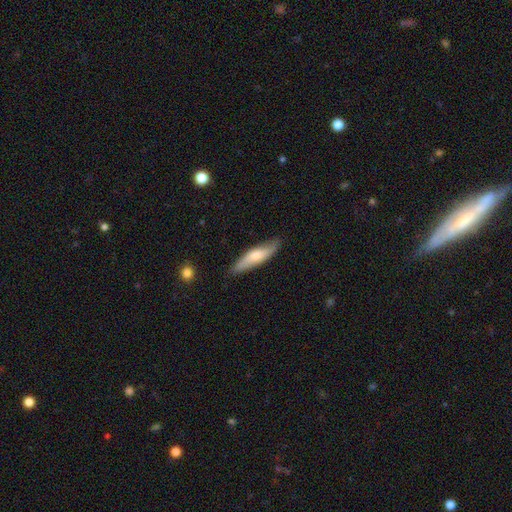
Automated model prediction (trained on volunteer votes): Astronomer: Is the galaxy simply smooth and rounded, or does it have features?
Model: smooth — 56% (runner-up: featured or disk, 39%).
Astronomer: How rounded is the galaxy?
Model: cigar-shaped — 70%.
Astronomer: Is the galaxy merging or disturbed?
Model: none — 80%.